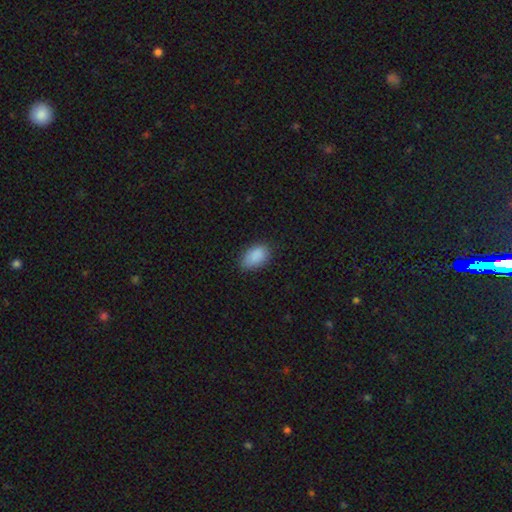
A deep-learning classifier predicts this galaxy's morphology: smooth_or_featured: smooth (p=0.88) [alt: star or artifact p=0.08]
how_rounded: in between (p=0.91) [alt: round p=0.07]
merging: none (p=0.78) [alt: minor disturbance p=0.18]